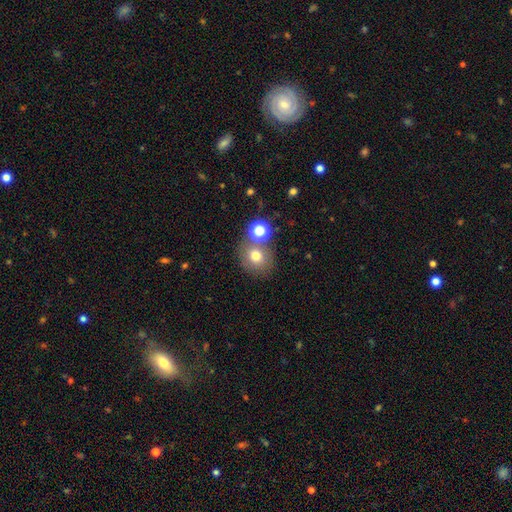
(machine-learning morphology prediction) A smooth galaxy with no disk features (73%) that is round (76%).

Vote fractions:
- Smooth or featured? smooth: 73% / star or artifact: 15% / featured or disk: 12%
- How rounded? round: 76% / in between: 23% / cigar-shaped: 1%
- Merging? none: 67% / merger: 18% / minor disturbance: 11% / major disturbance: 4%